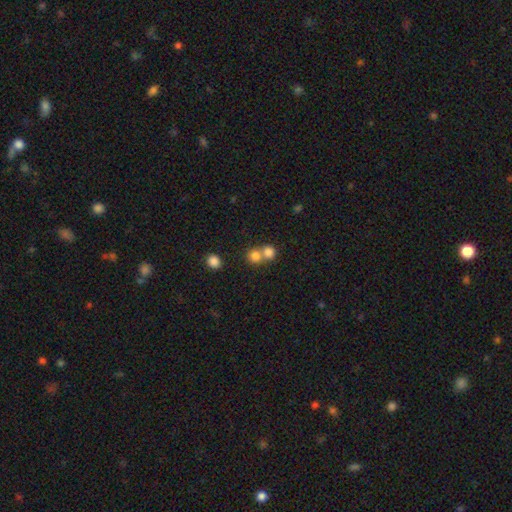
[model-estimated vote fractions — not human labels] The model was most divided on "merging": merger: 51%, none: 42%, minor disturbance: 5%, major disturbance: 2%. More confident: how rounded — round (85%); smooth or featured — smooth (80%).